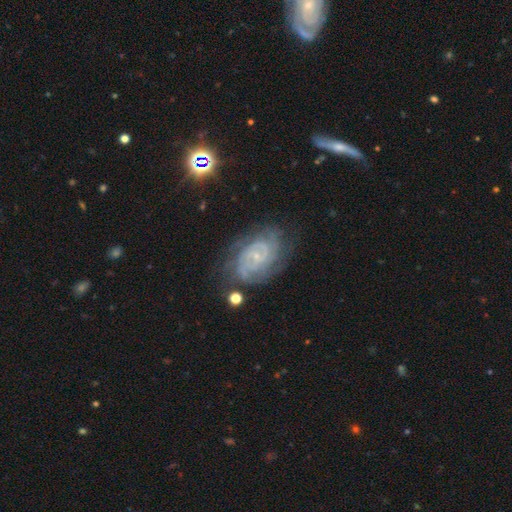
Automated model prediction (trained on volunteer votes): A featured or disk galaxy (76%) with no bar (60%), 2 (35%) tight (61%) spiral arms (95%) and a small central bulge (74%). Merging: none (74%).